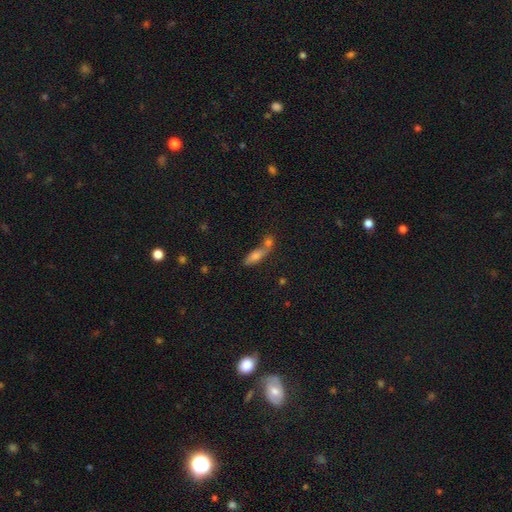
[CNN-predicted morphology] smooth-or-featured: smooth: 65% | featured or disk: 23% | star or artifact: 12%
  how-rounded: in between: 57% | cigar-shaped: 38% | round: 5%
  merging: merger: 50% | none: 34% | minor disturbance: 10% | major disturbance: 6%